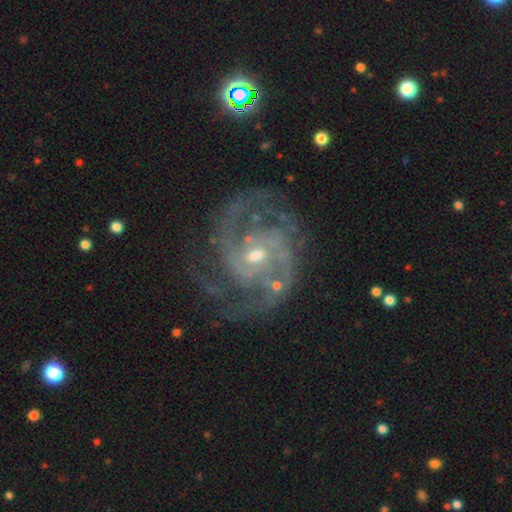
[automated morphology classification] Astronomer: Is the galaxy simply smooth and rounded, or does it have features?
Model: featured or disk — 92%.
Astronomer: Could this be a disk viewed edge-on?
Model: no — 98%.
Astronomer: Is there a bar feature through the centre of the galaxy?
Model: weak — 46% (runner-up: no, 43%).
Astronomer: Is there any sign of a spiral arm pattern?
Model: yes — 98%.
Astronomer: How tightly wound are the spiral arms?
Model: medium — 51% (runner-up: tight, 39%).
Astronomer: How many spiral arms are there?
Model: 2 — 63%.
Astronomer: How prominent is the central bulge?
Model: moderate — 53% (runner-up: small, 41%).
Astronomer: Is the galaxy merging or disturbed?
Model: none — 69%.